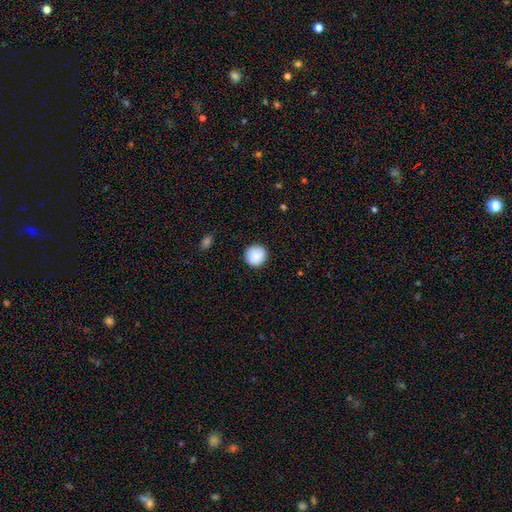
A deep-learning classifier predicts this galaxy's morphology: smooth_or_featured: smooth (p=0.89) [alt: star or artifact p=0.07]
how_rounded: round (p=0.95) [alt: in between p=0.04]
merging: none (p=0.91) [alt: minor disturbance p=0.06]